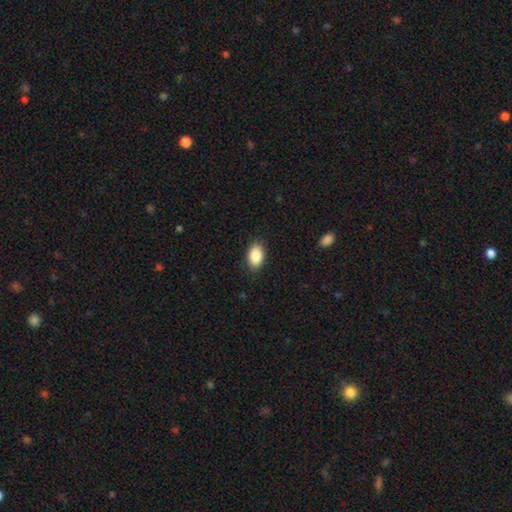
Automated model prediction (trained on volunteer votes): Smooth or featured: smooth — 88% (star or artifact — 7%)
How rounded: in between — 92% (round — 6%)
Merging: none — 87% (minor disturbance — 10%)